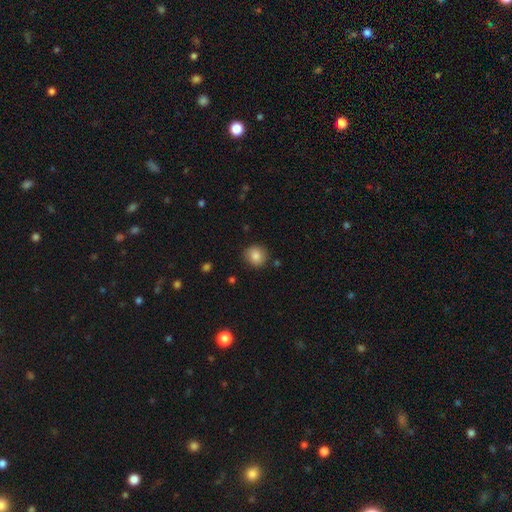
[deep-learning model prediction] A smooth galaxy with no disk features (84%) that is round (85%). Merging: none (86%).